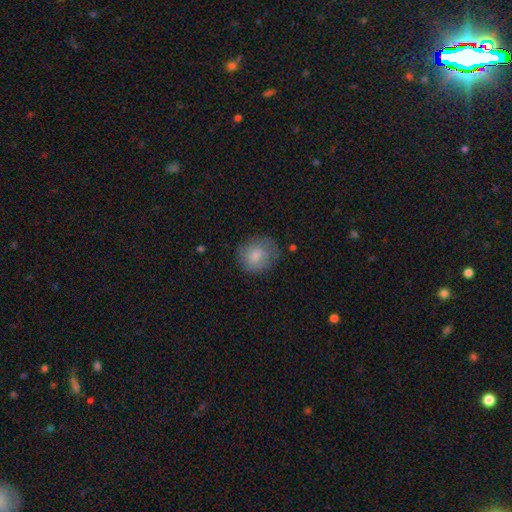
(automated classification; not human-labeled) This appears to be a smooth galaxy with no disk features (78%) that is round (74%). Merging: none (66%).